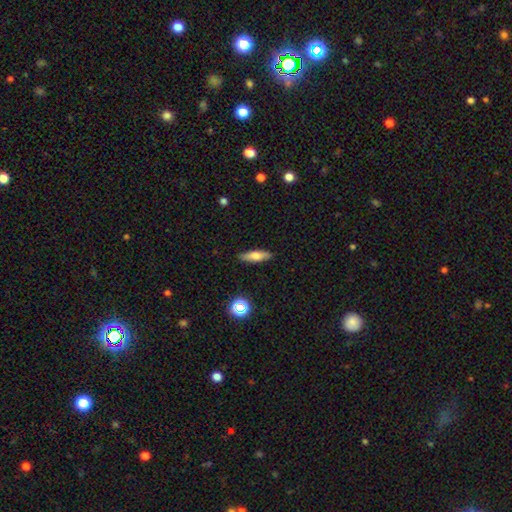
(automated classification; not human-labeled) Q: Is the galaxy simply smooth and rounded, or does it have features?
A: smooth — 70%.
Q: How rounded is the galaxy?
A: cigar-shaped — 57%.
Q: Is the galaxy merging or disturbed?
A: none — 88%.